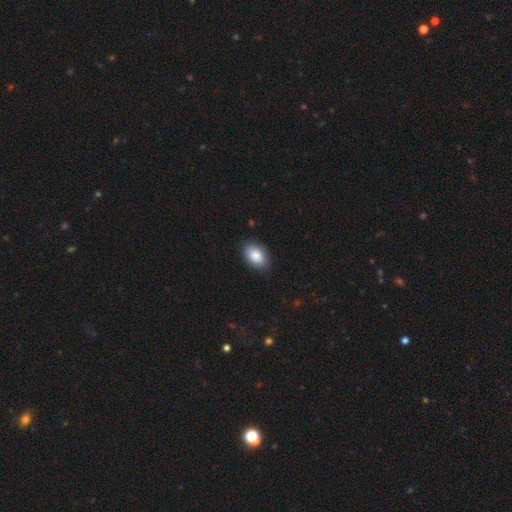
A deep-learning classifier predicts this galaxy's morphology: Q: Smooth or featured?
A: smooth (87%); runner-up: featured or disk (7%)
Q: How rounded?
A: in between (89%); runner-up: round (10%)
Q: Merging?
A: none (85%); runner-up: minor disturbance (11%)